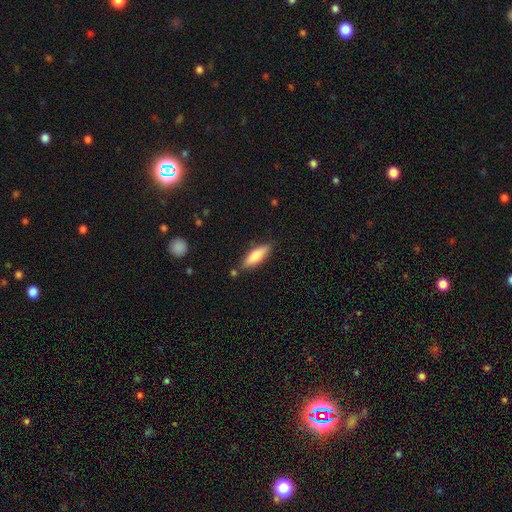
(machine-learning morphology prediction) The model was most divided on "how rounded": cigar-shaped: 50%, in between: 48%, round: 2%. More confident: merging — none (80%); smooth or featured — smooth (72%).